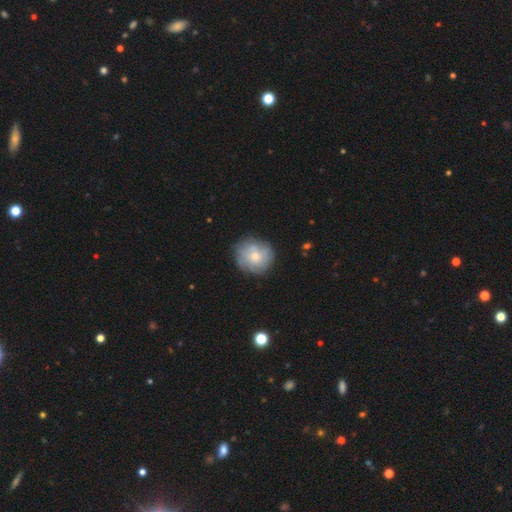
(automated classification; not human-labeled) smooth 50%, featured or disk 43%, star or artifact 7%. Down the decision tree: how rounded — round (86%); merging — none (75%).